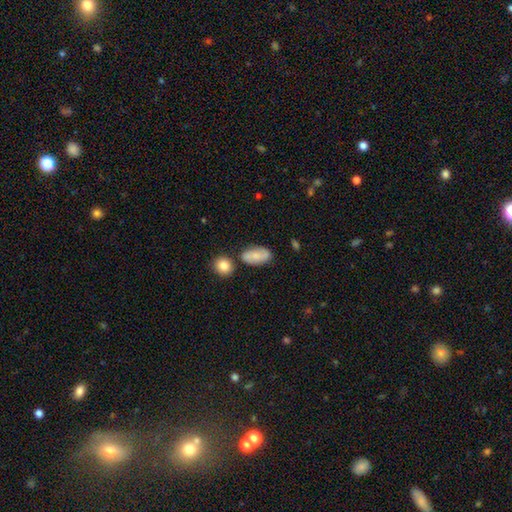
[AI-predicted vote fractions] smooth-or-featured: smooth: 71% | featured or disk: 22% | star or artifact: 7%
  how-rounded: in between: 90% | round: 6% | cigar-shaped: 4%
  merging: none: 71% | minor disturbance: 16% | merger: 9% | major disturbance: 4%